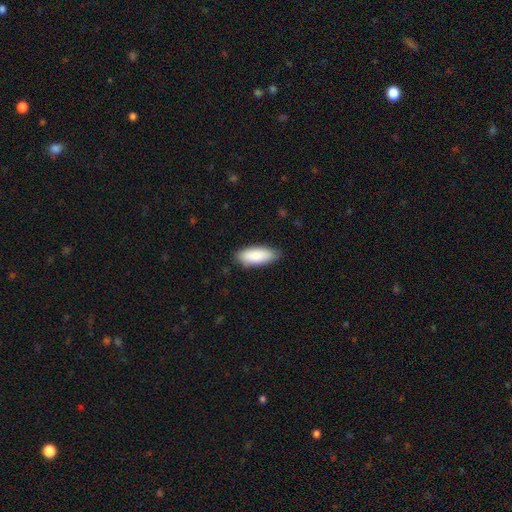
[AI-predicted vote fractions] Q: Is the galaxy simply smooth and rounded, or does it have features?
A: smooth — 89%.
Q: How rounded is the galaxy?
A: in between — 81%.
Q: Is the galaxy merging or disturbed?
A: none — 82%.